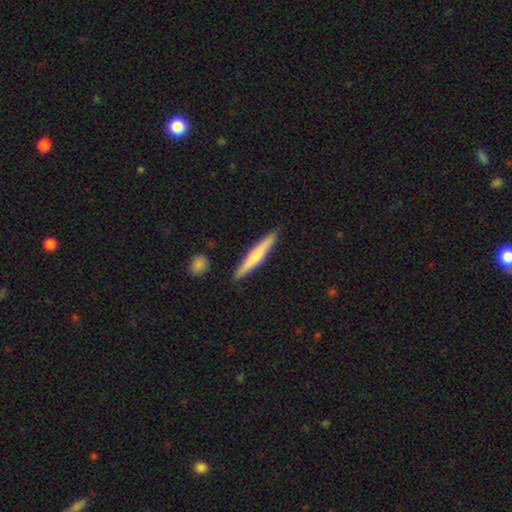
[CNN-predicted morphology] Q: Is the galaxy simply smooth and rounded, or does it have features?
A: smooth — 57%.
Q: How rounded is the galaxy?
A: cigar-shaped — 95%.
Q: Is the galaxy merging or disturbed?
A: none — 90%.